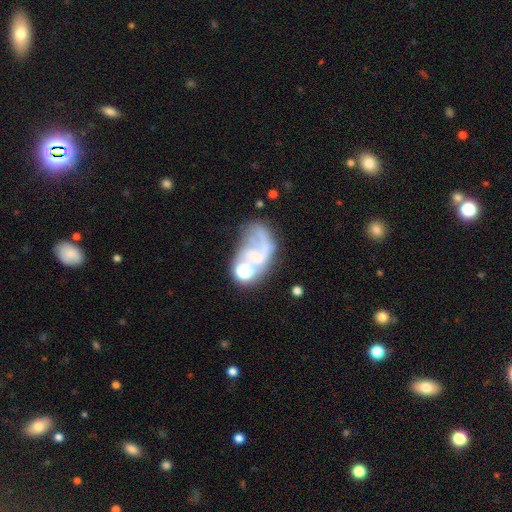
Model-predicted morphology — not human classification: Smooth or featured? Predicted: featured or disk (p=0.61). Edge-on disk? Predicted: no (p=0.97). Bar? Predicted: no (p=0.73). Spiral arms? Predicted: yes (p=0.64). Bulge size? Predicted: none (p=0.56). Merging? Predicted: major disturbance (p=0.37).